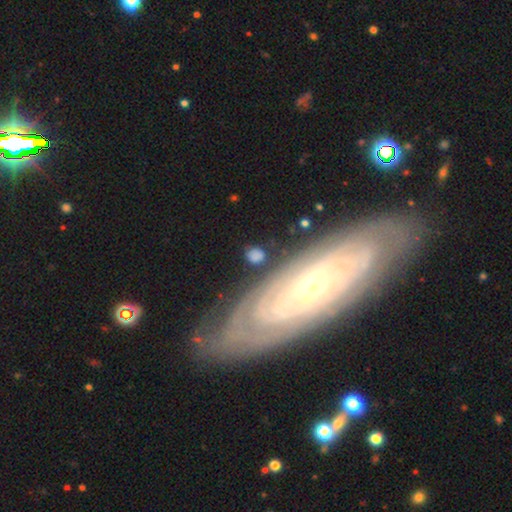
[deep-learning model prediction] This is likely a smooth galaxy (61%). How rounded: likely round (65%). Merging: likely none (78%).